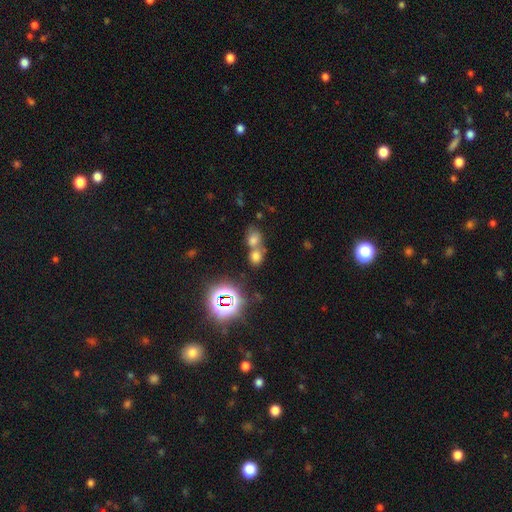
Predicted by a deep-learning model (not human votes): Smooth or featured? smooth (62%)
How rounded? round (55%)
Merging? merger (56%)